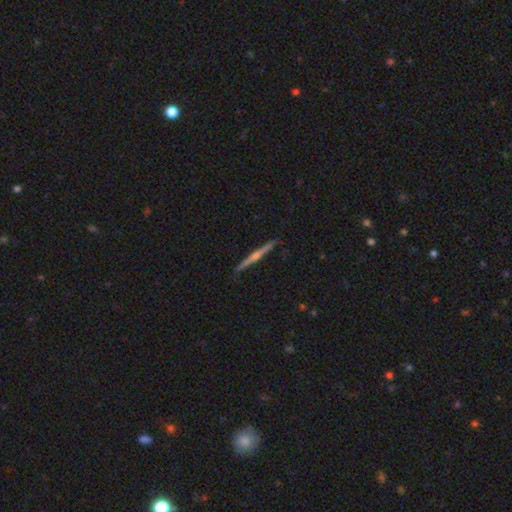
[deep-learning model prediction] smooth_or_featured: featured or disk (p=0.77) [alt: smooth p=0.17]
disk_edge_on: yes (p=0.98) [alt: no p=0.02]
edge_on_bulge: rounded (p=0.78) [alt: none p=0.16]
merging: none (p=0.91) [alt: minor disturbance p=0.06]